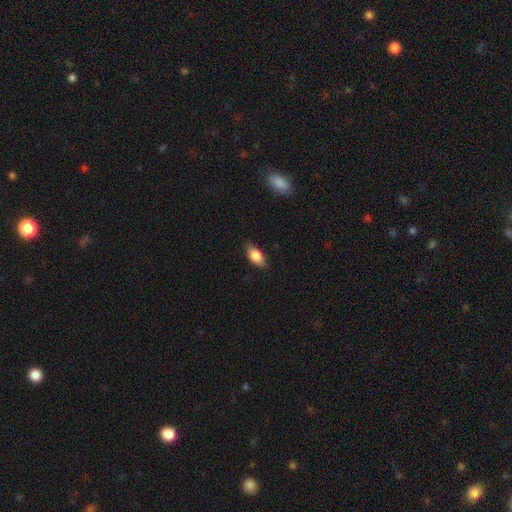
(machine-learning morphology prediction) This appears to be a smooth galaxy with no disk features (79%) that is in between round and cigar-shaped (87%). Merging: none (82%).